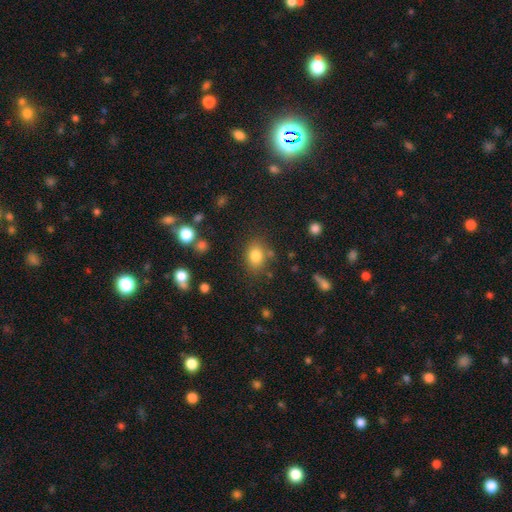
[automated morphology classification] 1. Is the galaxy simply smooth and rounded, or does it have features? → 81% smooth, 11% star or artifact, 8% featured or disk.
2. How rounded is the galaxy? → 62% in between, 36% round, 1% cigar-shaped.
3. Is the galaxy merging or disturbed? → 77% none, 13% minor disturbance, 6% merger, 4% major disturbance.